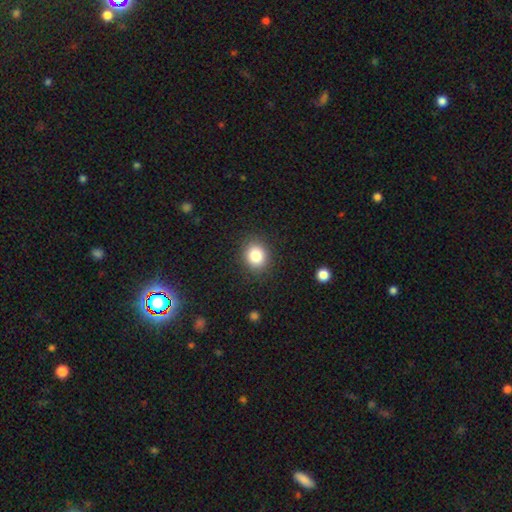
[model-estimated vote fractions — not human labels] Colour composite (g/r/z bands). It shows a smooth galaxy with no disk features (84%) that is round (68%). Merging: none (88%).